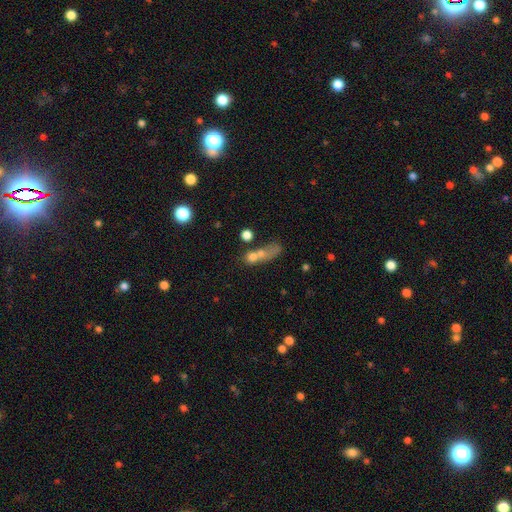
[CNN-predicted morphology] smooth_or_featured: smooth (p=0.63) [alt: featured or disk p=0.22]
how_rounded: in between (p=0.40) [alt: round p=0.38]
merging: merger (p=0.47) [alt: none p=0.27]